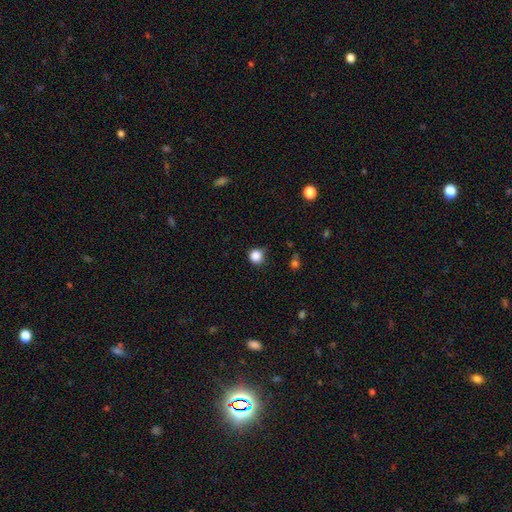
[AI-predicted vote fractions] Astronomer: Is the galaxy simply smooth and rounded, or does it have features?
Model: smooth — 86%.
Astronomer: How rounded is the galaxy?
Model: round — 92%.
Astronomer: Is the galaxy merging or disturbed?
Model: none — 80%.